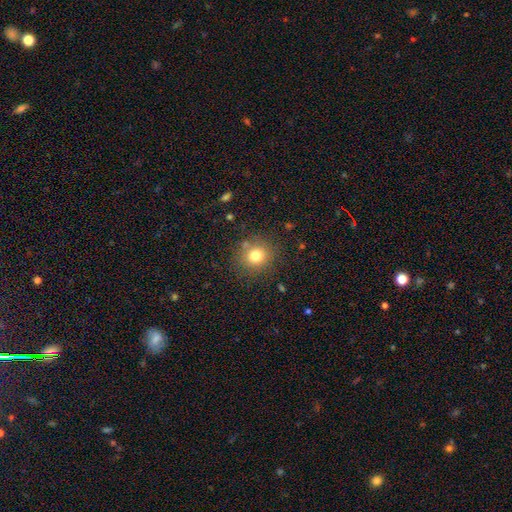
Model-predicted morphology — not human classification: This appears to be a smooth galaxy with no disk features (78%) that is round (85%). Merging: none (83%).